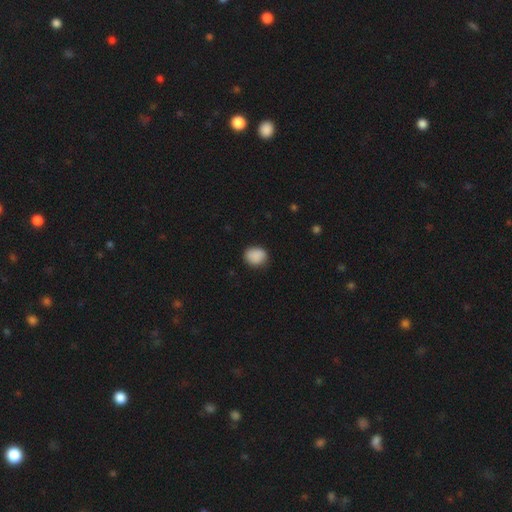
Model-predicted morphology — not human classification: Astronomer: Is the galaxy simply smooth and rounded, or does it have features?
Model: smooth — 89%.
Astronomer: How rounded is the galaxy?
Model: round — 58% (runner-up: in between, 41%).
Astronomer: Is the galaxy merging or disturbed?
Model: none — 82%.